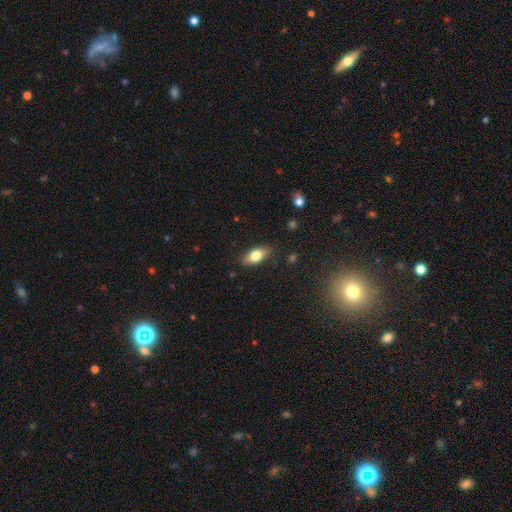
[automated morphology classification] Smooth or featured?
  - smooth: 79% *
  - featured or disk: 14%
  - star or artifact: 7%
How rounded?
  - in between: 87% *
  - cigar-shaped: 9%
  - round: 4%
Merging?
  - none: 83% *
  - minor disturbance: 13%
  - major disturbance: 3%
  - merger: 1%